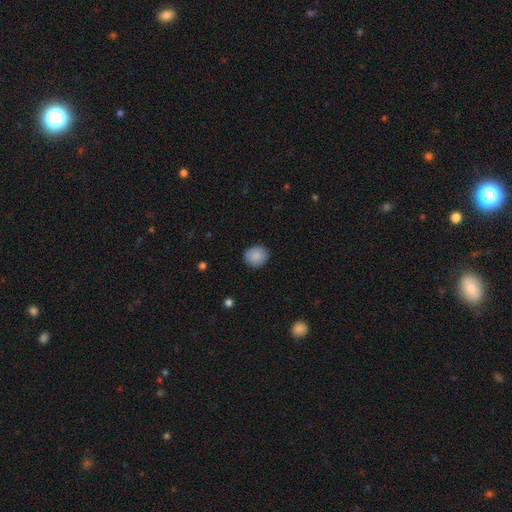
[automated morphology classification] smooth-or-featured: smooth: 88% | star or artifact: 8% | featured or disk: 5%
  how-rounded: round: 77% | in between: 22% | cigar-shaped: 1%
  merging: none: 86% | minor disturbance: 11% | major disturbance: 2% | merger: 1%